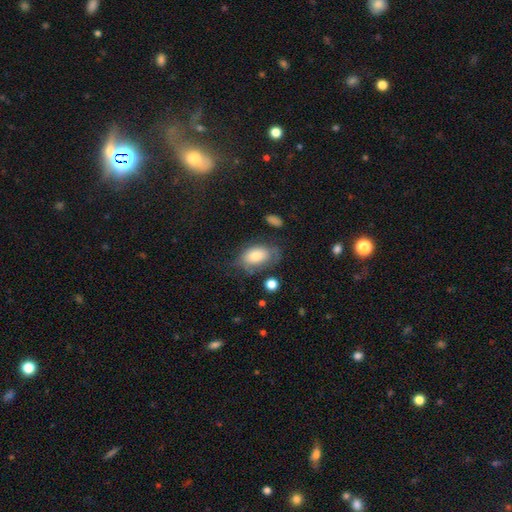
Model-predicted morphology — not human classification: Smooth or featured? smooth (71%)
How rounded? in between (90%)
Merging? none (51%)